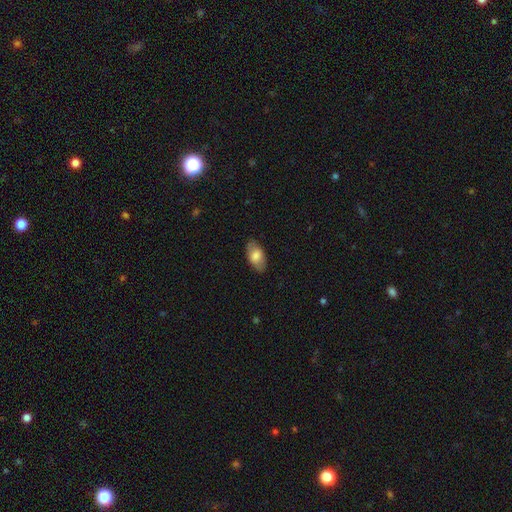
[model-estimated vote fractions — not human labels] Q: Smooth or featured?
A: smooth (74%); runner-up: featured or disk (20%)
Q: How rounded?
A: in between (93%); runner-up: round (4%)
Q: Merging?
A: none (83%); runner-up: minor disturbance (13%)